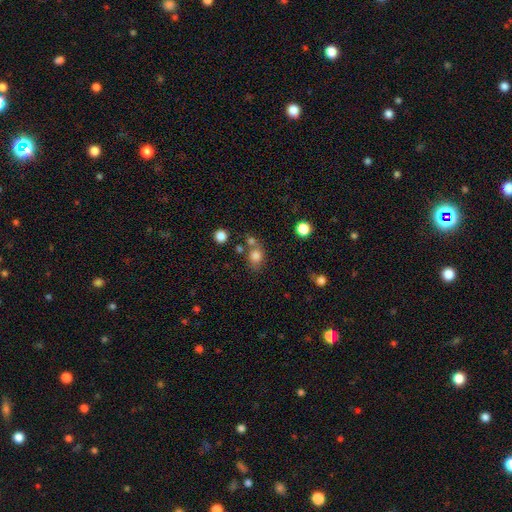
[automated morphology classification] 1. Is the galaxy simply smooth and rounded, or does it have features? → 79% smooth, 12% star or artifact, 9% featured or disk.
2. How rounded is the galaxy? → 53% round, 45% in between, 1% cigar-shaped.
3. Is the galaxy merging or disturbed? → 53% none, 25% merger, 15% minor disturbance, 7% major disturbance.